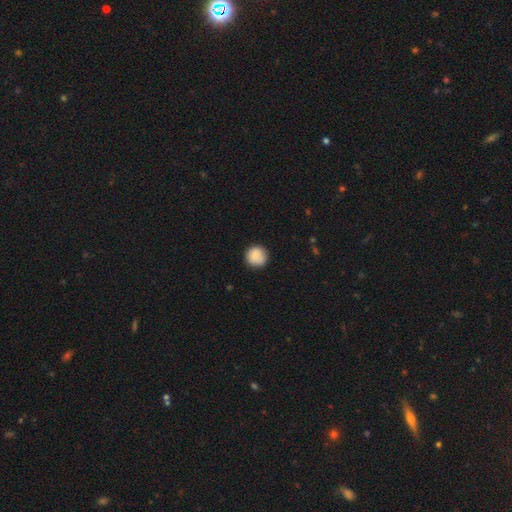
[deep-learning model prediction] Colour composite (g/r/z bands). It shows a smooth galaxy with no disk features (87%) that is round (95%). Merging: none (87%).